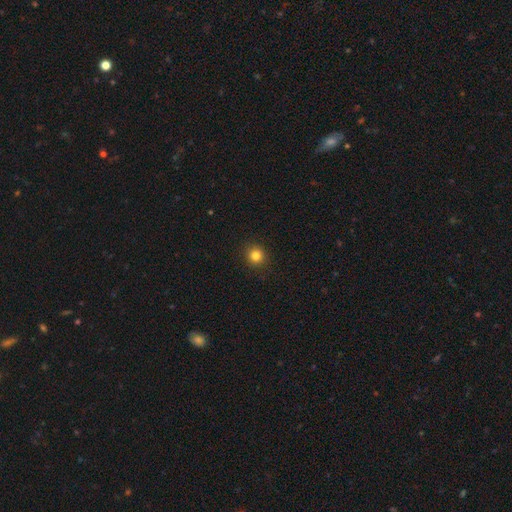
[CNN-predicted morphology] type=smooth (82%); roundness=round (94%); merging=none (93%).